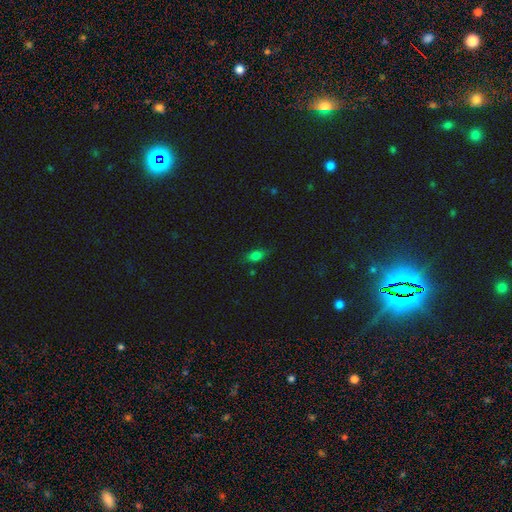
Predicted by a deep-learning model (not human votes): Smooth or featured? smooth (74%)
How rounded? in between (80%)
Merging? none (75%)